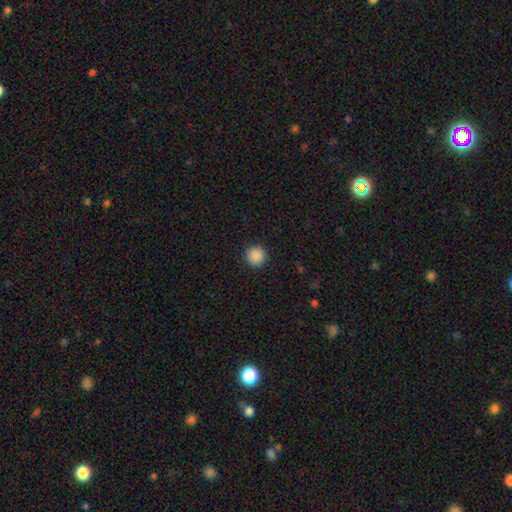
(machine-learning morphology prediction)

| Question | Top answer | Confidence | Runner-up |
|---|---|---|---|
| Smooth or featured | smooth | 89% | star or artifact (9%) |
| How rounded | round | 95% | in between (4%) |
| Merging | none | 93% | minor disturbance (5%) |